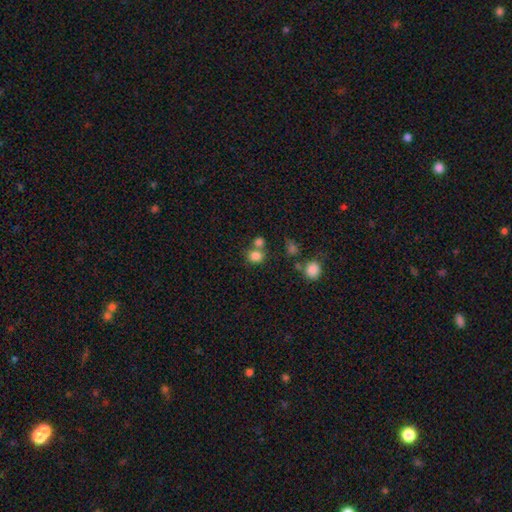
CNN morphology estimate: Smooth or featured? Predicted: smooth (p=0.81). How rounded? Predicted: round (p=0.69). Merging? Predicted: none (p=0.58).